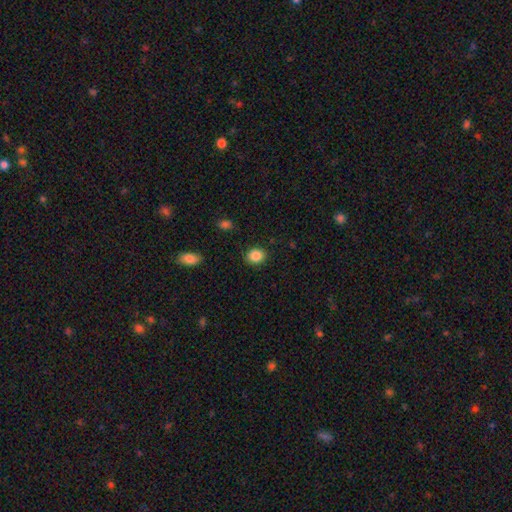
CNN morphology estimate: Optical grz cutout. It shows a smooth galaxy with no disk features (87%) that is round (63%). Merging: none (89%).